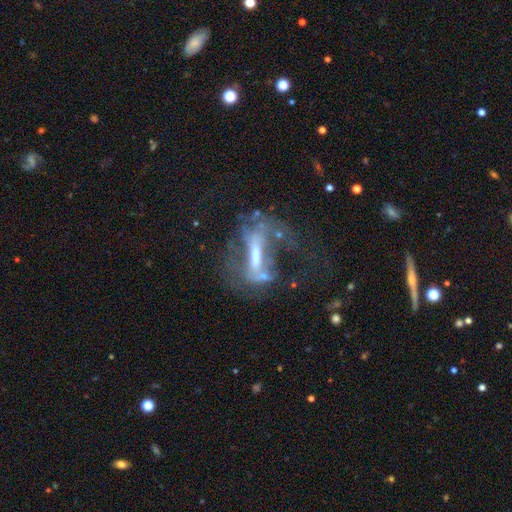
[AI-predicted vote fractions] Smooth or featured: featured or disk — 71% (smooth — 18%)
Edge-on disk: no — 83% (yes — 17%)
Bar: strong — 58% (weak — 26%)
Spiral arms: yes — 55% (no — 45%)
Bulge size: moderate — 42% (small — 26%)
Merging: major disturbance — 43% (none — 31%)